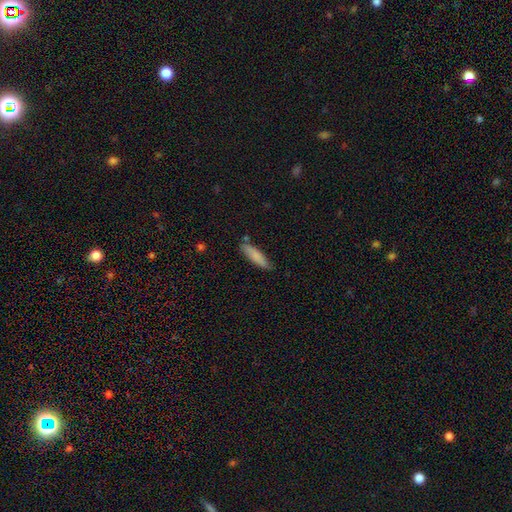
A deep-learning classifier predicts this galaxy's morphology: Smooth or featured: smooth — 83% (featured or disk — 11%)
How rounded: cigar-shaped — 71% (in between — 27%)
Merging: none — 79% (minor disturbance — 15%)